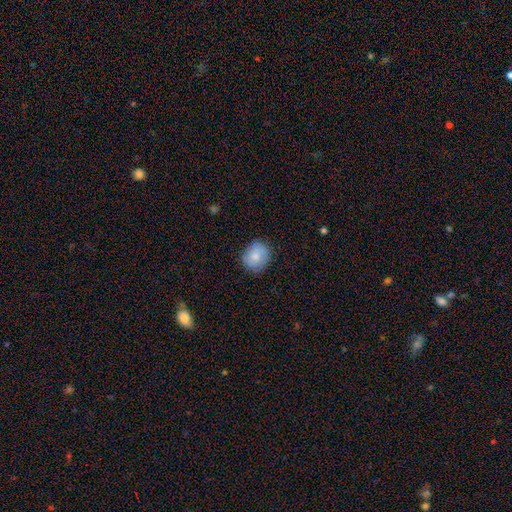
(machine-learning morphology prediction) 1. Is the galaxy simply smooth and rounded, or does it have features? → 77% smooth, 15% featured or disk, 7% star or artifact.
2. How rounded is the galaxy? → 75% round, 24% in between, 1% cigar-shaped.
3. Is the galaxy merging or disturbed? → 81% none, 14% minor disturbance, 3% major disturbance, 1% merger.